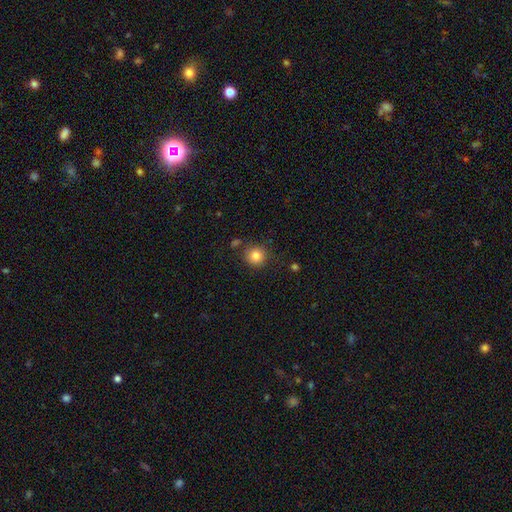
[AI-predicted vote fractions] This appears to be a smooth galaxy with no disk features (83%) that is round (92%). Merging: none (83%).